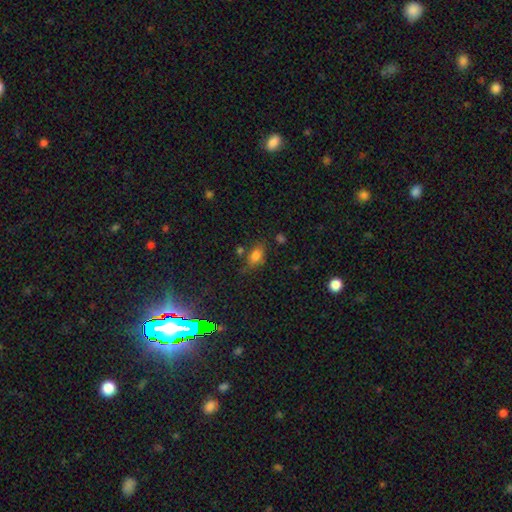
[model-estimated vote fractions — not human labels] Smooth or featured? smooth (78%)
How rounded? in between (83%)
Merging? none (60%)